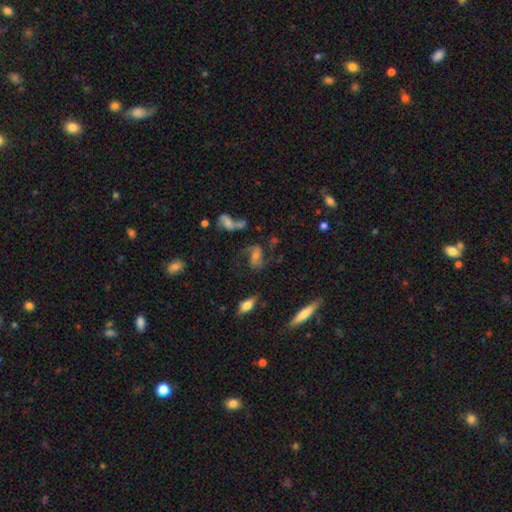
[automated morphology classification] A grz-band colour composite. It shows a featured or disk galaxy (65%) with no bar (46%), 2 (84%) loose (54%) spiral arms (86%) and a moderate central bulge (43%). Merging: none (55%).